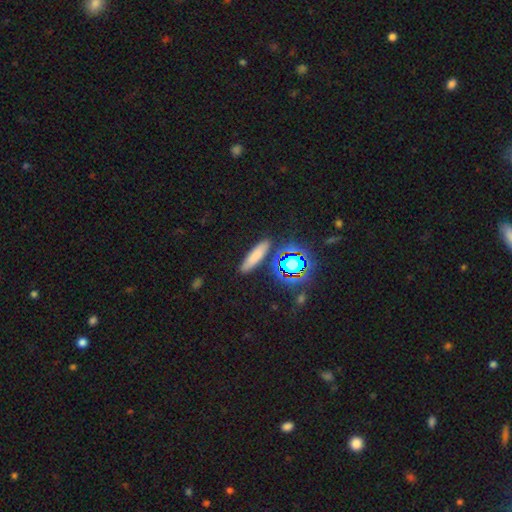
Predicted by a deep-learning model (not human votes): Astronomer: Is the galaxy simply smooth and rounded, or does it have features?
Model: smooth — 70%.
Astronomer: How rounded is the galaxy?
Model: cigar-shaped — 65%.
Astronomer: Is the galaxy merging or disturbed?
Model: none — 86%.